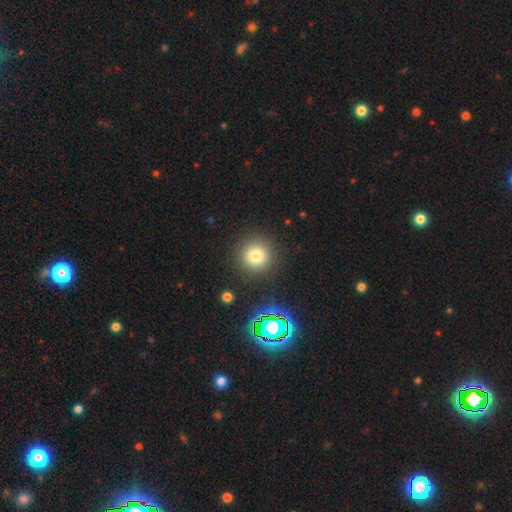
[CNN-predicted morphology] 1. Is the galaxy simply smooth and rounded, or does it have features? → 76% smooth, 17% star or artifact, 7% featured or disk.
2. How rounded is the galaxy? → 93% round, 6% in between, 1% cigar-shaped.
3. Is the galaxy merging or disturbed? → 89% none, 6% minor disturbance, 3% major disturbance, 2% merger.